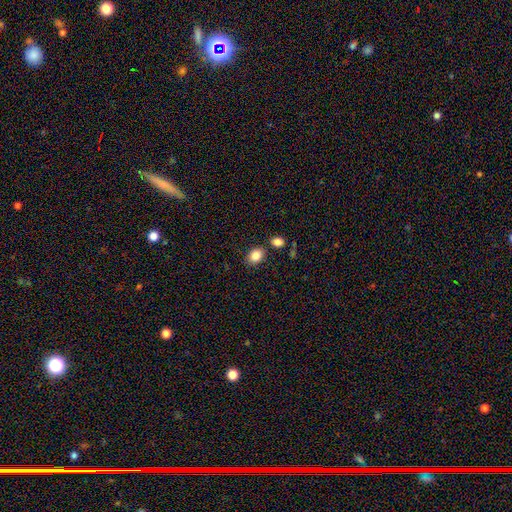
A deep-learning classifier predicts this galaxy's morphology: Smooth or featured? smooth (86%)
How rounded? in between (60%)
Merging? none (80%)